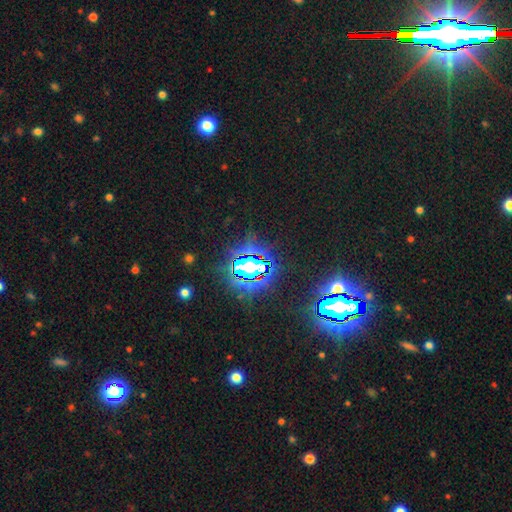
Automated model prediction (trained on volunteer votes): Smooth or featured? star or artifact (85%)